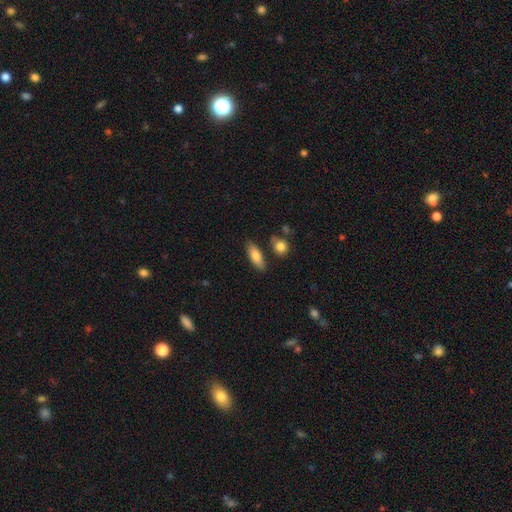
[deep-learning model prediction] Smooth or featured? Predicted: smooth (p=0.81). How rounded? Predicted: in between (p=0.71). Merging? Predicted: none (p=0.78).